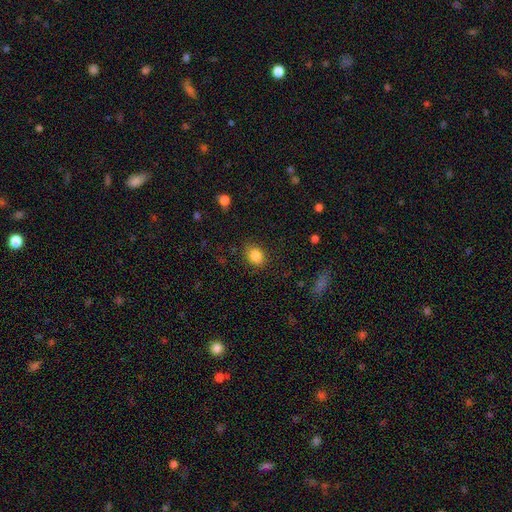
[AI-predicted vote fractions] smooth 85%, star or artifact 10%, featured or disk 5%. Down the decision tree: how rounded — round (55%); merging — none (85%).